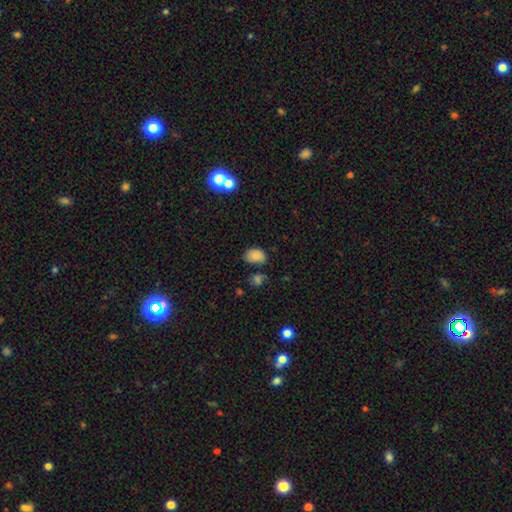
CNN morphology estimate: A smooth galaxy with no disk features (82%) that is in between round and cigar-shaped (83%). Merging: none (62%).